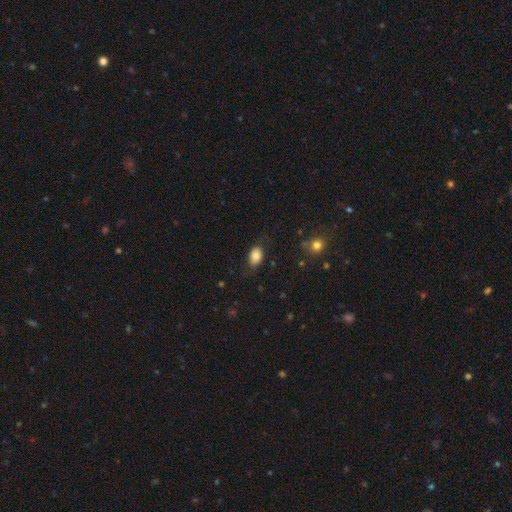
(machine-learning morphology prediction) This is clearly a smooth galaxy (85%). How rounded: clearly in between (86%). Merging: likely none (73%).